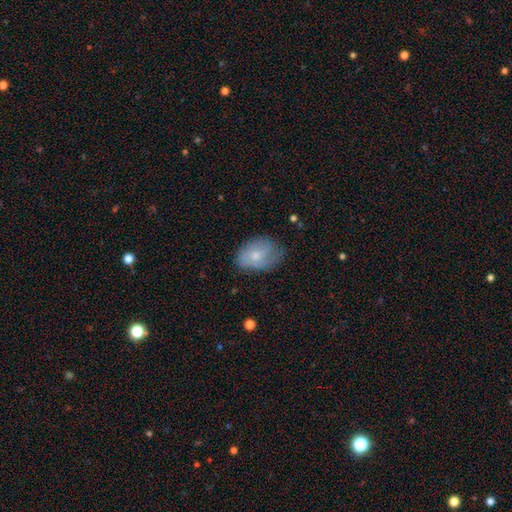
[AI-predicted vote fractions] Morphology: type=smooth (56%); roundness=in between (81%); merging=none (60%).